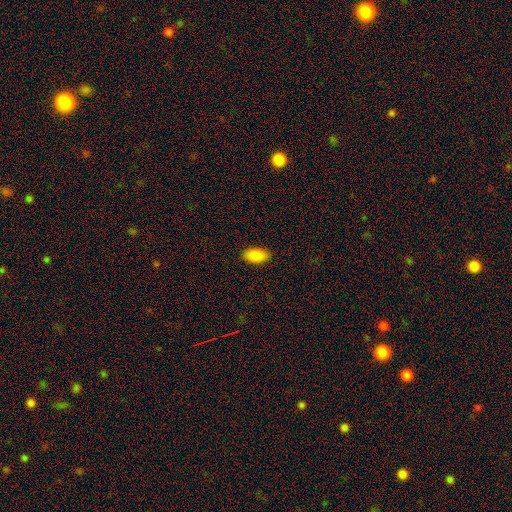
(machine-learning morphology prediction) This appears to be a smooth galaxy with no disk features (89%) that is in between round and cigar-shaped (95%). Merging: none (89%).